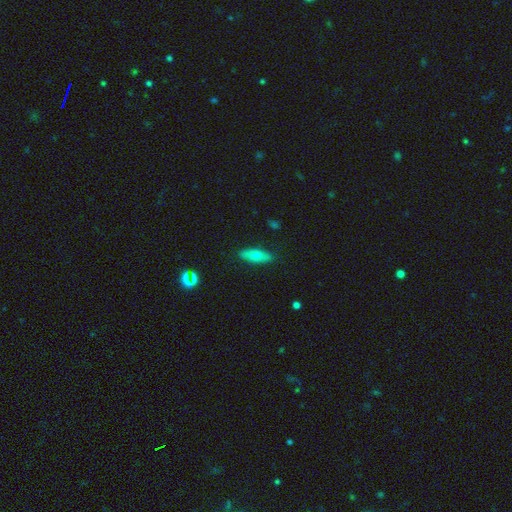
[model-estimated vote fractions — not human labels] Morphology: type=smooth (63%); roundness=in between (60%); merging=none (87%).